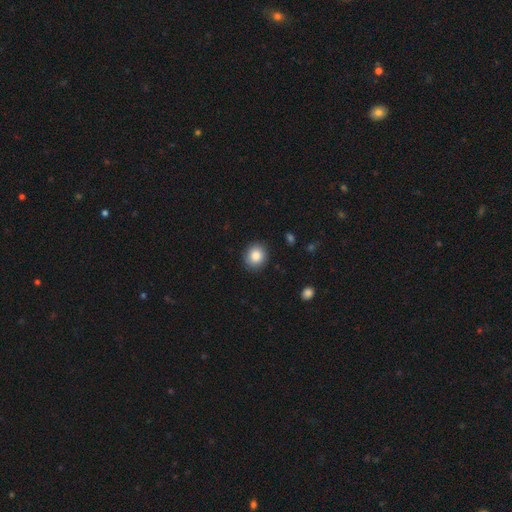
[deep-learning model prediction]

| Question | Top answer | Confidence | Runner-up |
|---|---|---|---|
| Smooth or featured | smooth | 85% | star or artifact (8%) |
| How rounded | round | 79% | in between (20%) |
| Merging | none | 89% | minor disturbance (8%) |